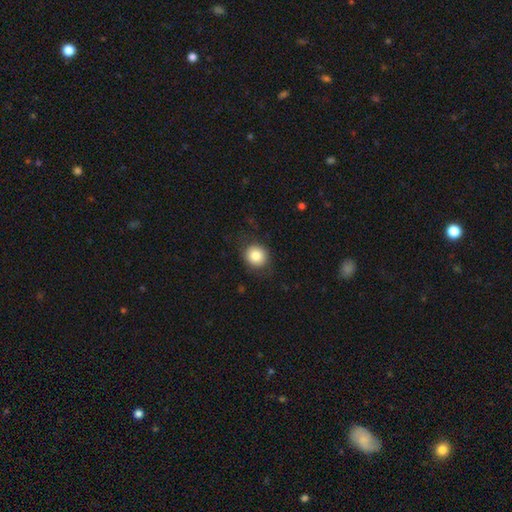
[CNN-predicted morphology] smooth-or-featured: smooth: 84% | star or artifact: 9% | featured or disk: 7%
  how-rounded: round: 85% | in between: 14% | cigar-shaped: 1%
  merging: none: 83% | minor disturbance: 12% | major disturbance: 4% | merger: 1%